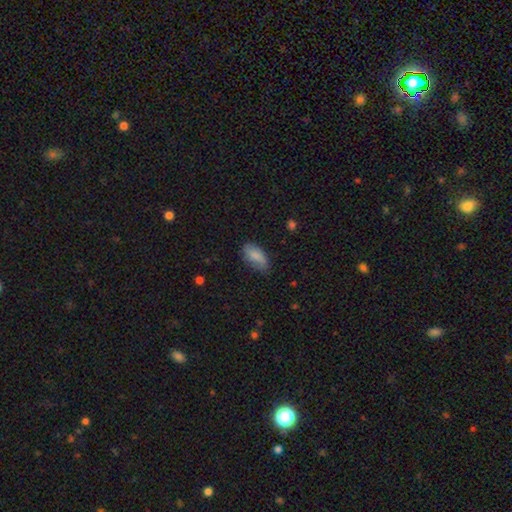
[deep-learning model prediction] Smooth or featured: smooth — 80% (featured or disk — 13%)
How rounded: in between — 92% (cigar-shaped — 4%)
Merging: none — 70% (minor disturbance — 24%)